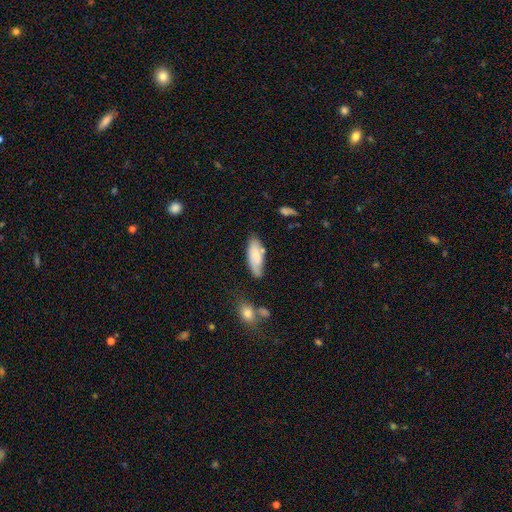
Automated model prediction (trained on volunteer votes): A smooth galaxy with no disk features (72%) that is in between round and cigar-shaped (75%).

Vote fractions:
- Smooth or featured? smooth: 72% / featured or disk: 22% / star or artifact: 6%
- How rounded? in between: 75% / cigar-shaped: 23% / round: 2%
- Merging? none: 66% / minor disturbance: 23% / merger: 6% / major disturbance: 5%